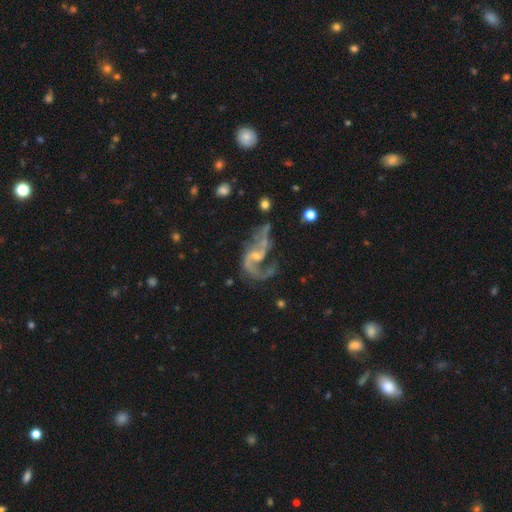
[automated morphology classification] This appears to be a featured or disk galaxy (82%) with no bar (50%), 2 (67%) loose (70%) spiral arms (87%) and a small central bulge (54%). Merging: none (39%).